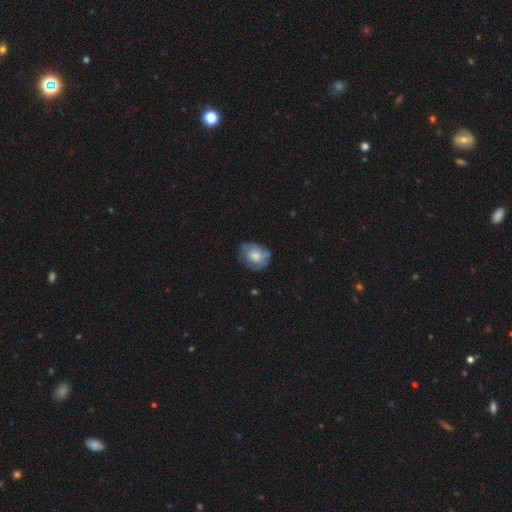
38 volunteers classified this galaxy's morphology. A smooth galaxy with no disk features (61%) that is round (61%). Merging: none (54%).